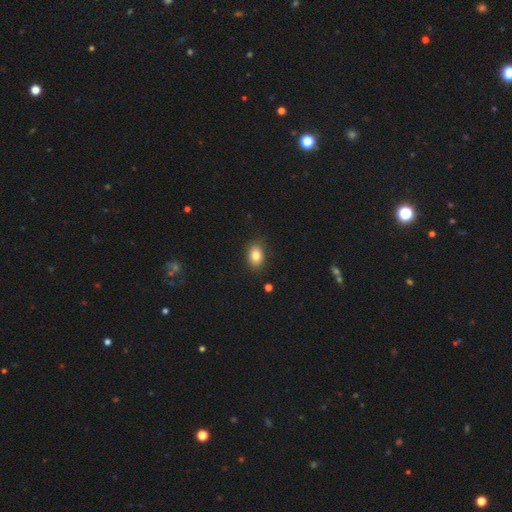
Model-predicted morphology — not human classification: Smooth or featured? Predicted: smooth (p=0.83). How rounded? Predicted: in between (p=0.77). Merging? Predicted: none (p=0.85).